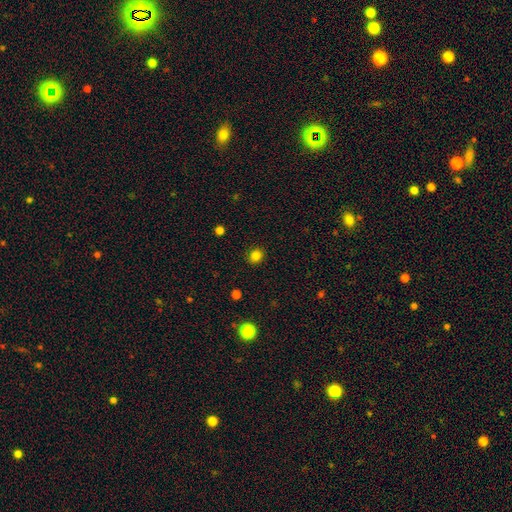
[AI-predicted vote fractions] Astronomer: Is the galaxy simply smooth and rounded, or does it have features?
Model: smooth — 83%.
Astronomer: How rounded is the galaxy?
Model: round — 75%.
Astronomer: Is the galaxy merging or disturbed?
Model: none — 90%.